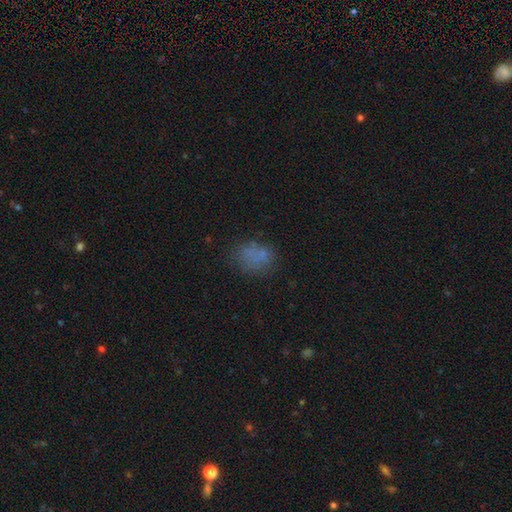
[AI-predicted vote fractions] Smooth or featured?
  - smooth: 64% *
  - star or artifact: 19%
  - featured or disk: 17%
How rounded?
  - in between: 61% *
  - round: 37%
  - cigar-shaped: 2%
Merging?
  - none: 61% *
  - minor disturbance: 21%
  - major disturbance: 13%
  - merger: 6%